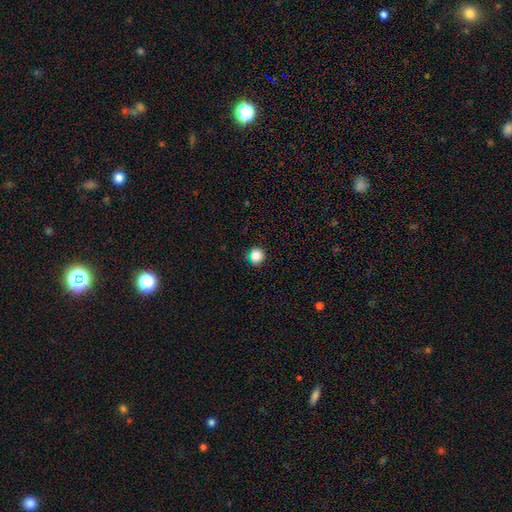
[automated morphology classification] A smooth galaxy with no disk features (84%) that is round (92%). Merging: none (86%).